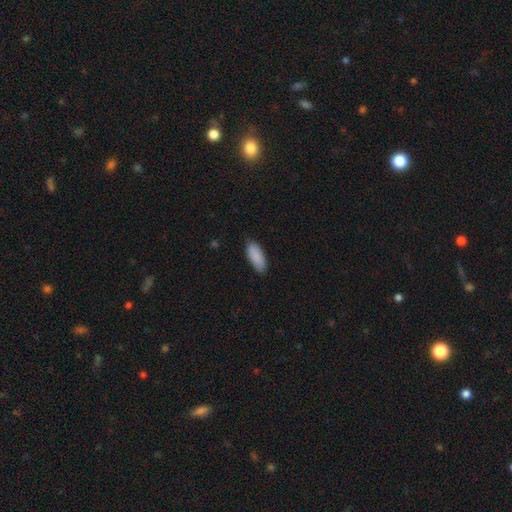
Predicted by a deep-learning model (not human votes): A smooth galaxy with no disk features (90%) that is in between round and cigar-shaped (83%). Merging: none (85%).